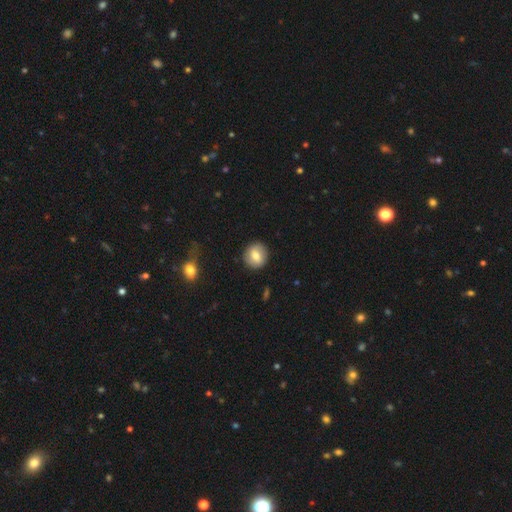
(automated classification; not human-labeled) Overall: smooth (68%). How rounded: round (88%). Merging: none (89%).